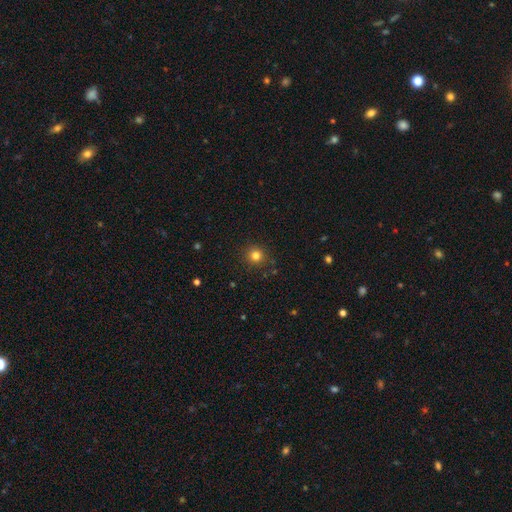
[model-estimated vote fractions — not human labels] This appears to be a smooth galaxy with no disk features (81%) that is round (93%). Merging: none (89%).